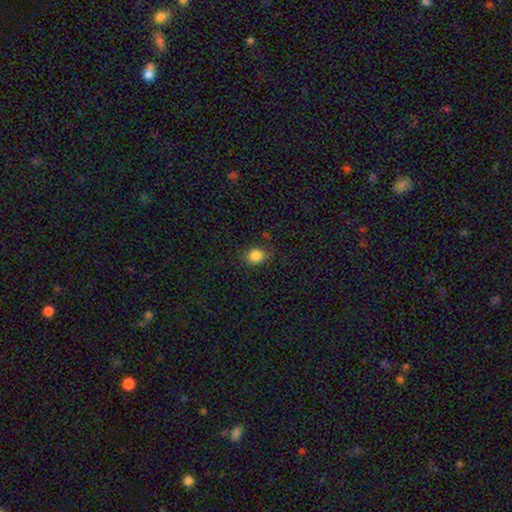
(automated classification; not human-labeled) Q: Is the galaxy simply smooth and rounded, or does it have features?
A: smooth — 83%.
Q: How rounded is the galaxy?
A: round — 64%.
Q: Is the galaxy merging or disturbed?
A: none — 79%.